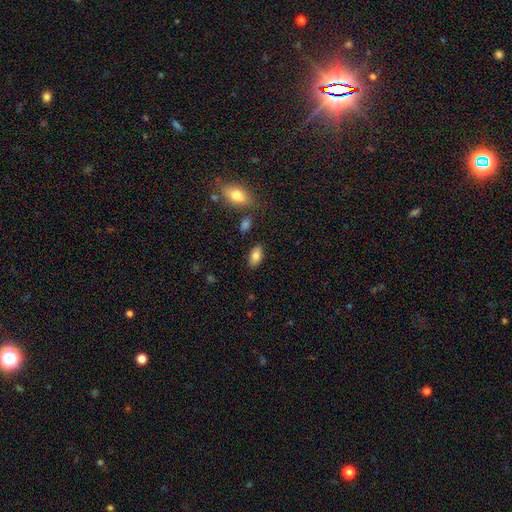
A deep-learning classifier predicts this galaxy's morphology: Q: Smooth or featured?
A: smooth (81%); runner-up: featured or disk (11%)
Q: How rounded?
A: in between (92%); runner-up: round (4%)
Q: Merging?
A: none (84%); runner-up: minor disturbance (10%)